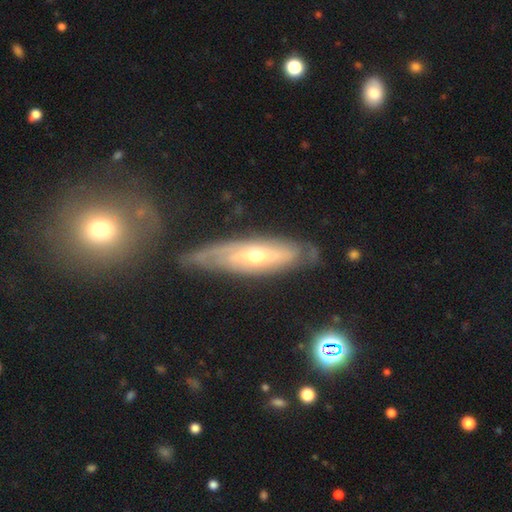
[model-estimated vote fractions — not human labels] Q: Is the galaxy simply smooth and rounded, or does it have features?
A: featured or disk — 72%.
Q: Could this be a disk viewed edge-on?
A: no — 67%.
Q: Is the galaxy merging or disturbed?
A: none — 63%.